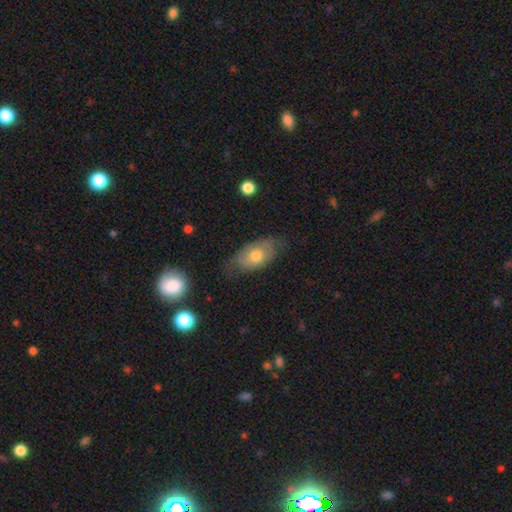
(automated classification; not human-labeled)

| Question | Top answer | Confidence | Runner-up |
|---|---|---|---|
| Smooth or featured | smooth | 61% | featured or disk (32%) |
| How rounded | in between | 90% | round (6%) |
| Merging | none | 63% | minor disturbance (26%) |